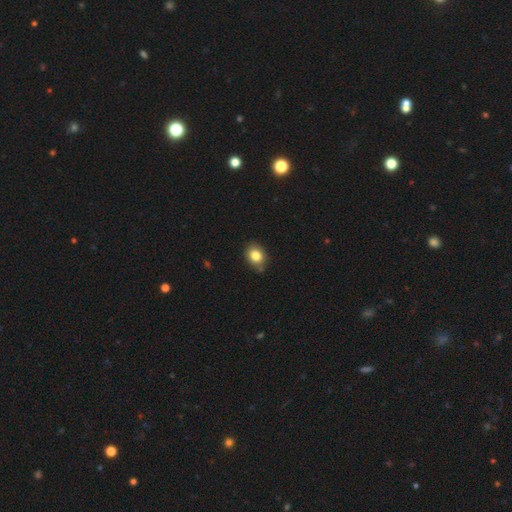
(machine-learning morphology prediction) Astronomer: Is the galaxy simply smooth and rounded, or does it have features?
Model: smooth — 83%.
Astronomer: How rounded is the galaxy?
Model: in between — 53% (runner-up: round, 46%).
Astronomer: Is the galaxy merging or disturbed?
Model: none — 81%.